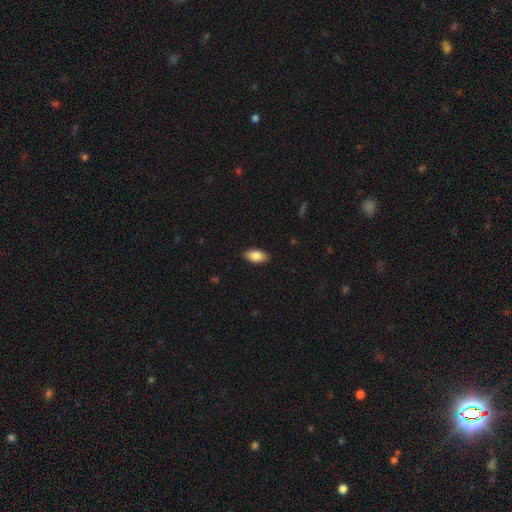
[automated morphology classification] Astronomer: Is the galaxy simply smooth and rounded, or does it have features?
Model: smooth — 85%.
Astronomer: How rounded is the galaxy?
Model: in between — 92%.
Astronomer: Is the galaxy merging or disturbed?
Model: none — 89%.